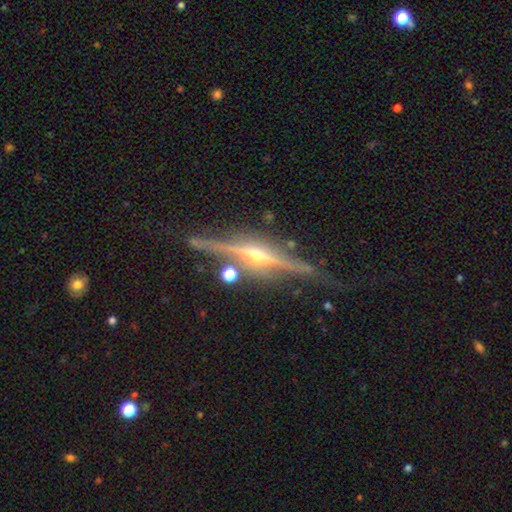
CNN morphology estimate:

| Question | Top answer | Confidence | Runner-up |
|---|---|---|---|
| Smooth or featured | featured or disk | 88% | star or artifact (7%) |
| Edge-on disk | yes | 97% | no (3%) |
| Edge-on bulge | rounded | 90% | boxy (5%) |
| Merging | none | 83% | minor disturbance (11%) |